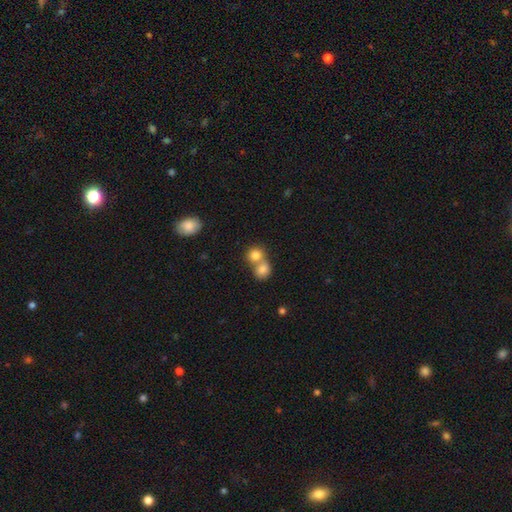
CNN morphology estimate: A smooth galaxy with no disk features (81%) that is round (79%). Merging: merger (55%).